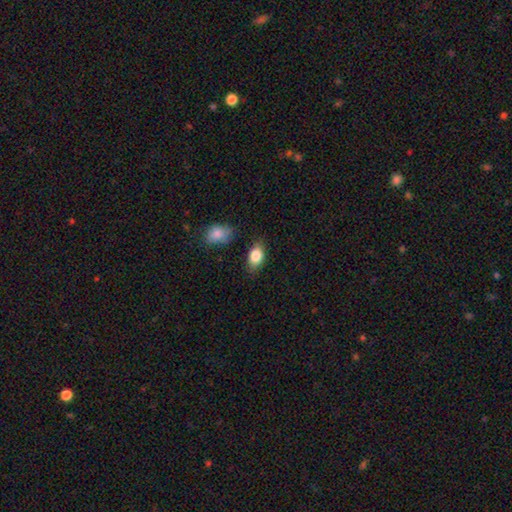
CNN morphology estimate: Smooth or featured? smooth (85%)
How rounded? in between (87%)
Merging? none (78%)